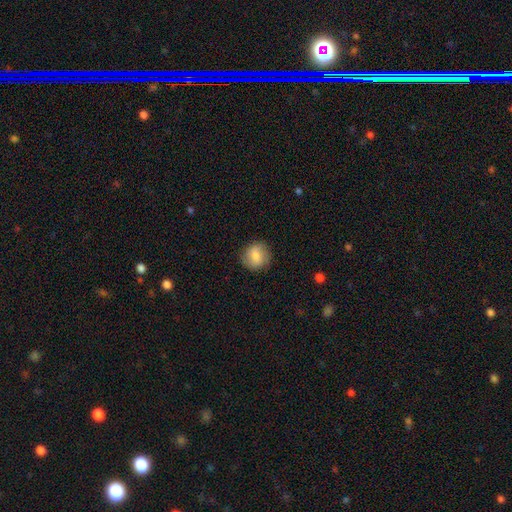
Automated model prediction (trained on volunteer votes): smooth_or_featured: smooth (p=0.73) [alt: featured or disk p=0.20]
how_rounded: round (p=0.84) [alt: in between p=0.15]
merging: none (p=0.84) [alt: minor disturbance p=0.12]